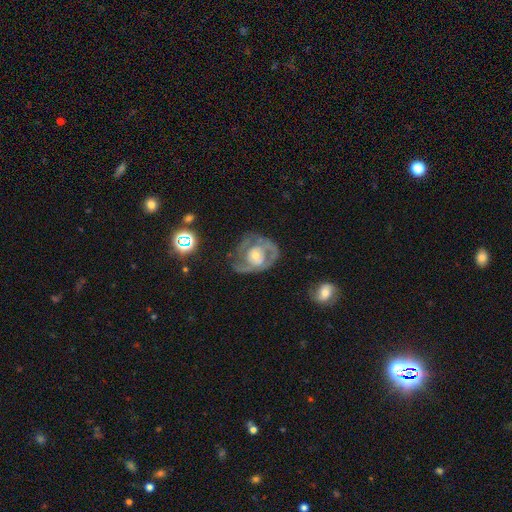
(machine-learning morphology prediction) This appears to be a featured or disk galaxy (78%) with no bar (75%), 2 (44%) tight (49%) spiral arms (74%) and a moderate central bulge (49%). Merging: none (54%).